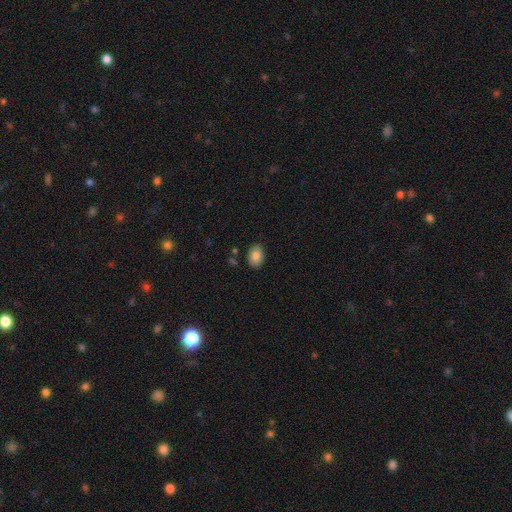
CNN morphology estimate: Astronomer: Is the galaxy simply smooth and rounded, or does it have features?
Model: smooth — 84%.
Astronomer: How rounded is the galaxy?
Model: in between — 82%.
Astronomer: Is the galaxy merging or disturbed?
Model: none — 86%.